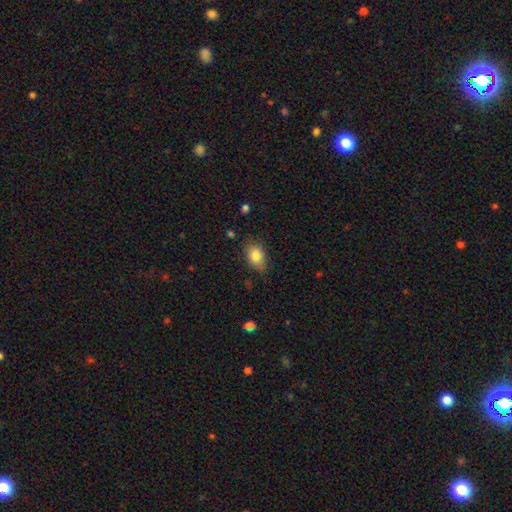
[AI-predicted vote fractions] Overall: smooth (83%). How rounded: in between (78%). Merging: none (73%).